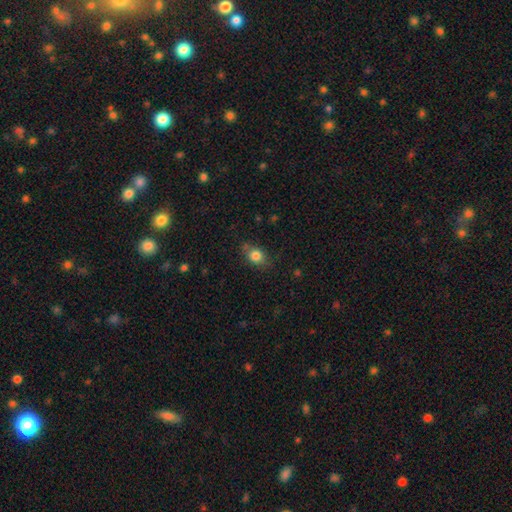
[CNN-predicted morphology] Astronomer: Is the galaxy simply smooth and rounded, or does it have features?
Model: smooth — 81%.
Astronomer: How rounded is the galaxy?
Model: in between — 55% (runner-up: round, 43%).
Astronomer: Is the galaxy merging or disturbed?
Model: none — 73%.